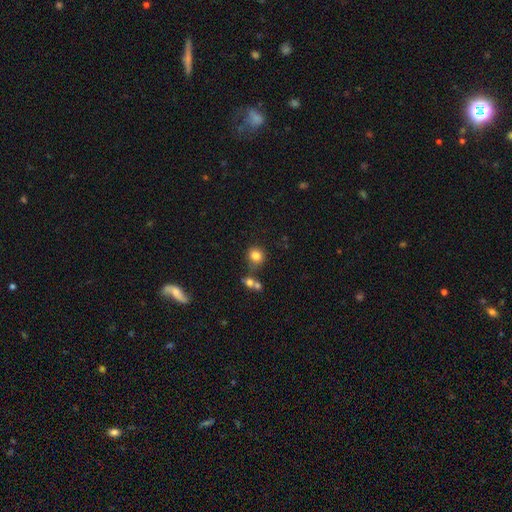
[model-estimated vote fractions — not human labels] A smooth galaxy with no disk features (82%) that is round (82%). Merging: none (69%).